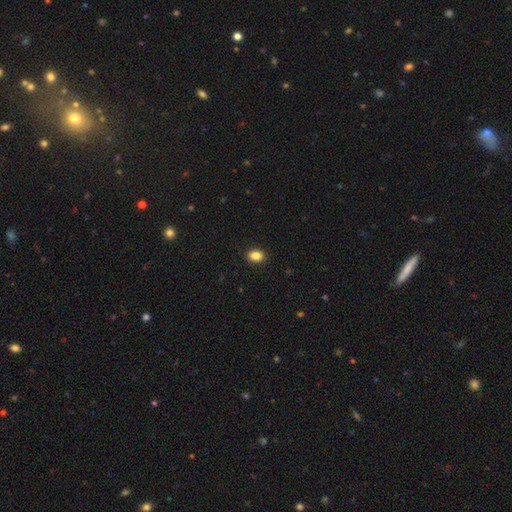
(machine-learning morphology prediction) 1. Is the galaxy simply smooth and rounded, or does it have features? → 87% smooth, 9% star or artifact, 4% featured or disk.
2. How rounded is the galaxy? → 80% in between, 19% round, 1% cigar-shaped.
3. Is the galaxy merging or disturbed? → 91% none, 7% minor disturbance, 2% major disturbance, 1% merger.